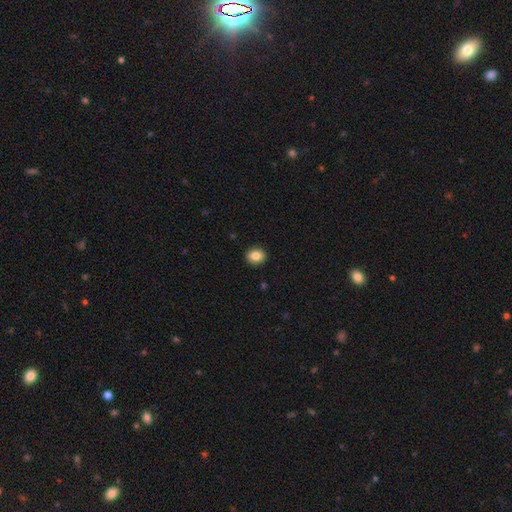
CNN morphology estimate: Smooth or featured: smooth — 85% (star or artifact — 9%)
How rounded: round — 66% (in between — 33%)
Merging: none — 92% (minor disturbance — 6%)